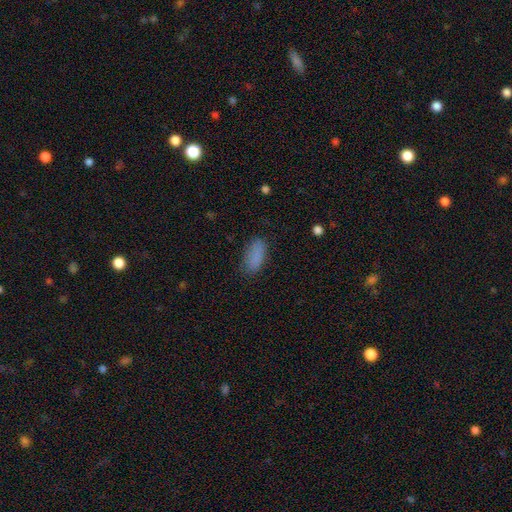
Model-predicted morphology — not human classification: The model was most divided on "merging": none: 78%, minor disturbance: 16%, major disturbance: 5%, merger: 1%. More confident: smooth or featured — smooth (86%); how rounded — in between (85%).